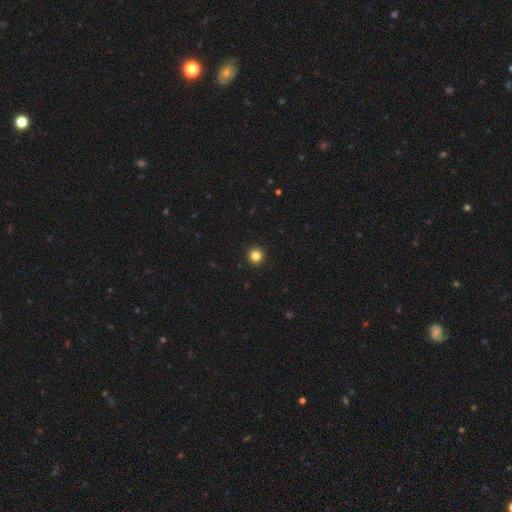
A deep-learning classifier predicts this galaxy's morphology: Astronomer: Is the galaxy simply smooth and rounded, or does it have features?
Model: smooth — 84%.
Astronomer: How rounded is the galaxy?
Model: round — 96%.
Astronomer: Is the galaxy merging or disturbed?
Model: none — 94%.